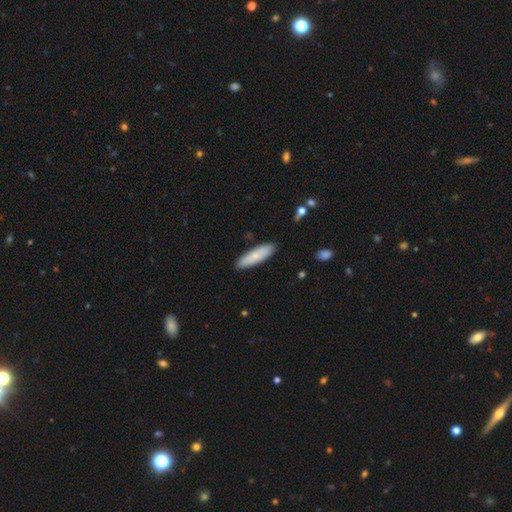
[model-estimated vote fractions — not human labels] Smooth or featured? smooth (77%)
How rounded? cigar-shaped (63%)
Merging? none (88%)